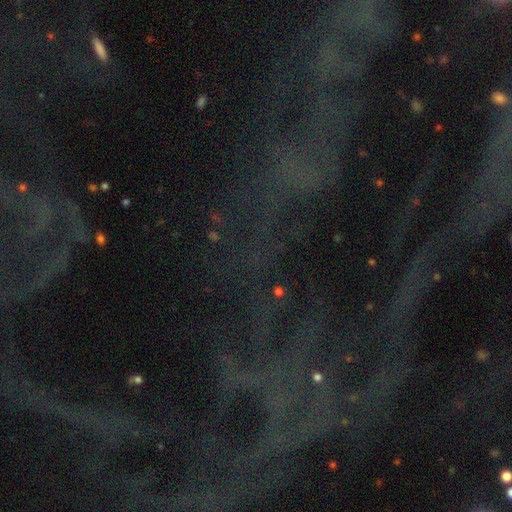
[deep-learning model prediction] This is likely a star or artifact rather than a galaxy (75%).